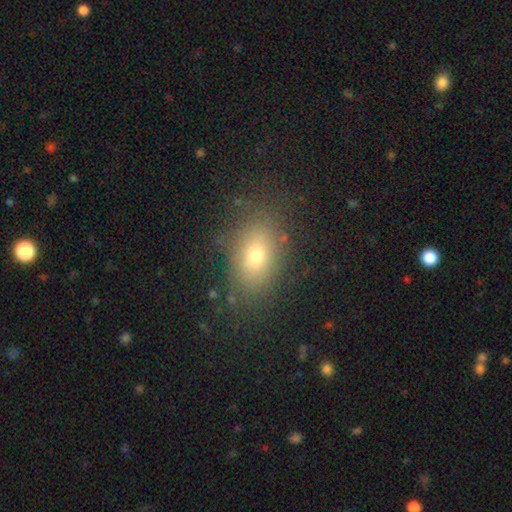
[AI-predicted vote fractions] The model was most divided on "smooth or featured": smooth: 73%, featured or disk: 14%, star or artifact: 13%. More confident: how rounded — in between (80%); merging — none (78%).